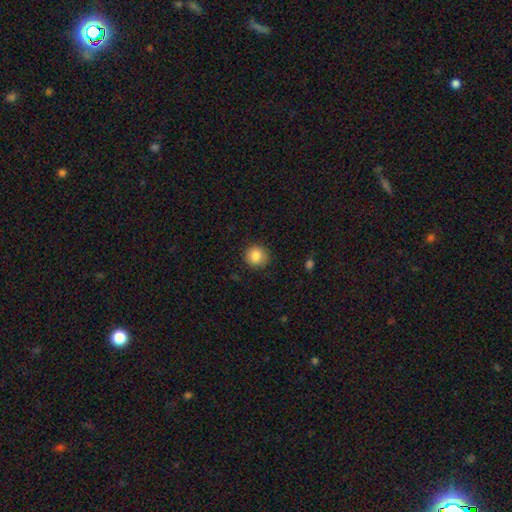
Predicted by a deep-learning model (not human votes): smooth-or-featured: smooth: 85% | star or artifact: 9% | featured or disk: 5%
  how-rounded: round: 91% | in between: 8% | cigar-shaped: 1%
  merging: none: 88% | minor disturbance: 8% | major disturbance: 2% | merger: 1%